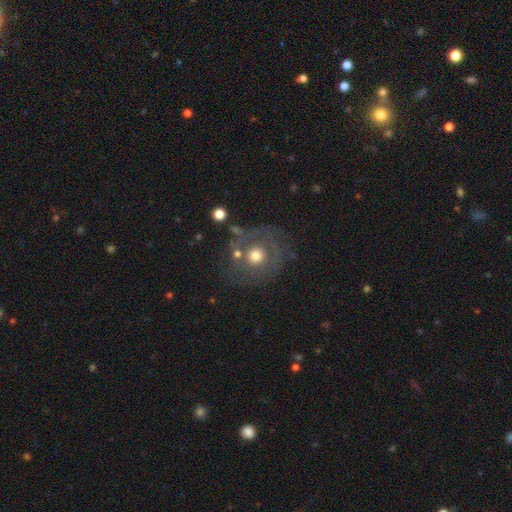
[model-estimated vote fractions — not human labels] This is possibly a smooth galaxy (53%). How rounded: clearly round (90%). Merging: likely none (68%).